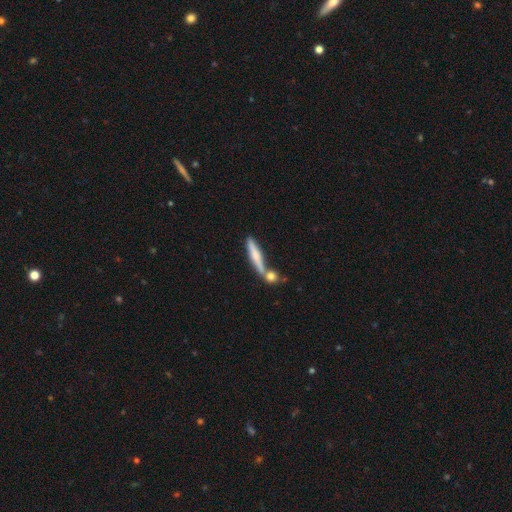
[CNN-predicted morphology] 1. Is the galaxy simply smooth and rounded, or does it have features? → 57% smooth, 36% featured or disk, 7% star or artifact.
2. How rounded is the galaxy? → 87% cigar-shaped, 10% in between, 3% round.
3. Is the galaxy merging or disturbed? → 55% none, 28% merger, 13% minor disturbance, 4% major disturbance.